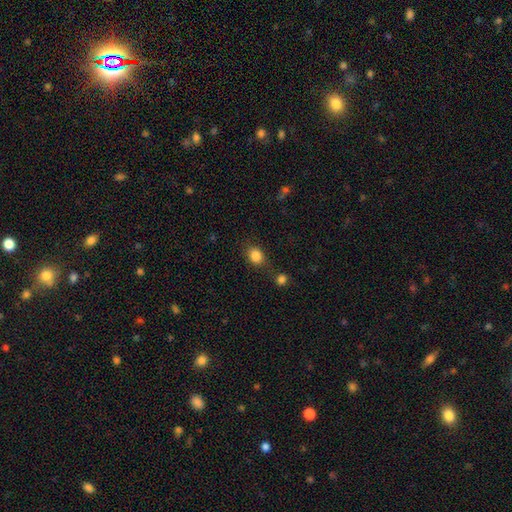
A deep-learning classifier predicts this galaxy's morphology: A smooth galaxy with no disk features (85%) that is round (53%).

Vote fractions:
- Smooth or featured? smooth: 85% / star or artifact: 10% / featured or disk: 5%
- How rounded? round: 53% / in between: 45% / cigar-shaped: 1%
- Merging? none: 67% / minor disturbance: 16% / merger: 12% / major disturbance: 6%